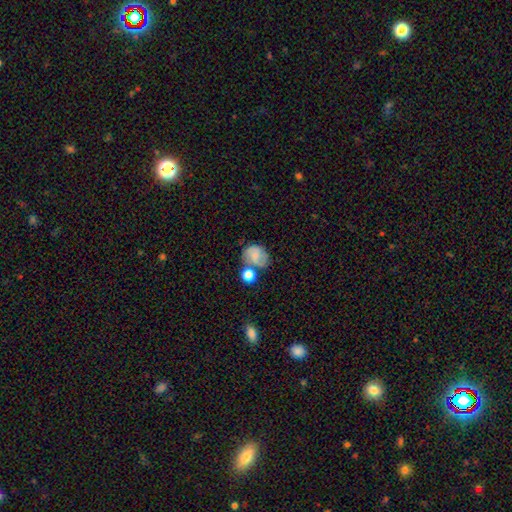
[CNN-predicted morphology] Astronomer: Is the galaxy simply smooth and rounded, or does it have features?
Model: smooth — 53% (runner-up: featured or disk, 38%).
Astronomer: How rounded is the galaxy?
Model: round — 58% (runner-up: in between, 40%).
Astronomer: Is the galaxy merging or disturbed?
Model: none — 47% (runner-up: merger, 26%).